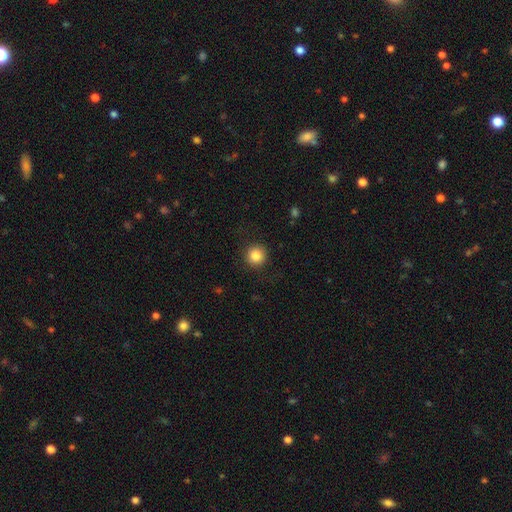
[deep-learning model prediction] The model was most divided on "smooth or featured": smooth: 85%, star or artifact: 10%, featured or disk: 5%. More confident: how rounded — round (95%); merging — none (90%).